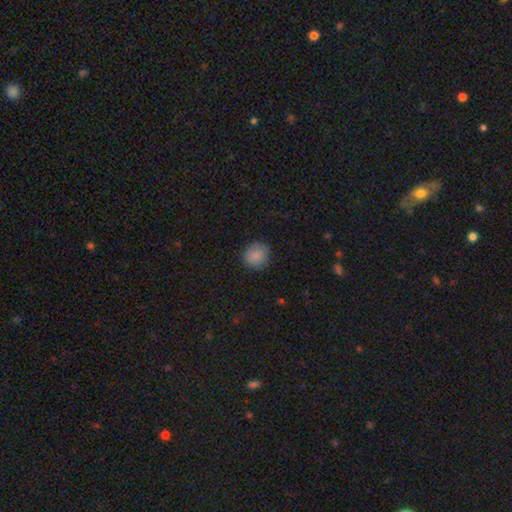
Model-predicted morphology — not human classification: Smooth or featured? smooth (87%)
How rounded? round (89%)
Merging? none (87%)